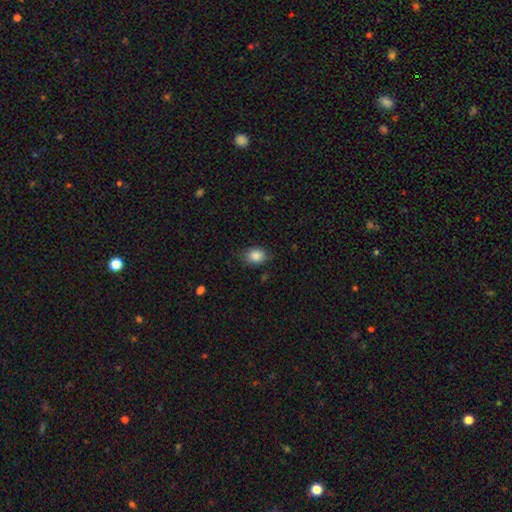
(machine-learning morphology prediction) Smooth or featured? smooth (87%)
How rounded? in between (60%)
Merging? none (80%)